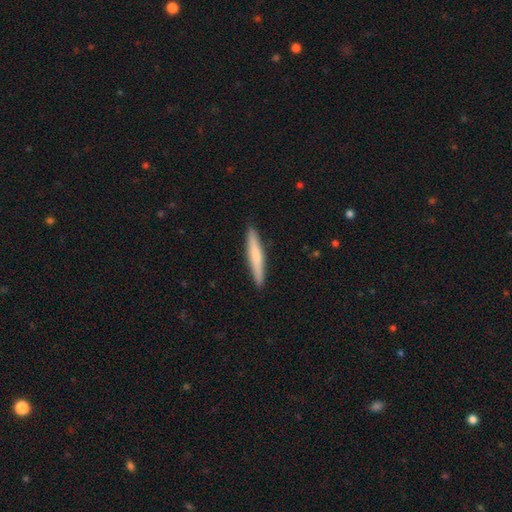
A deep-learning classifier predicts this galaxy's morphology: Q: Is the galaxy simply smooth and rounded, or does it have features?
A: smooth — 65%.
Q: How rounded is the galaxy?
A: cigar-shaped — 94%.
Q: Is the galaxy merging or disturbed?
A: none — 91%.